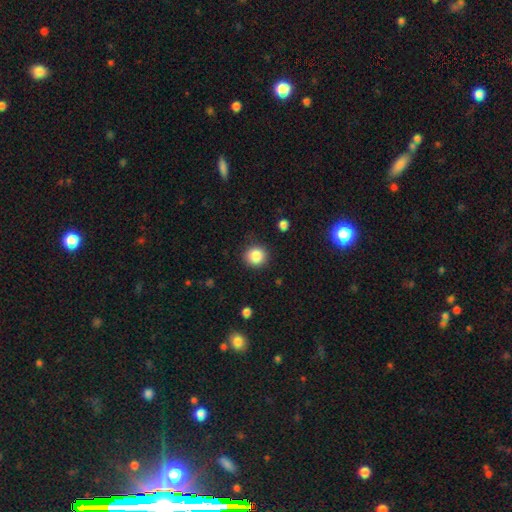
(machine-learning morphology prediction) This is clearly a smooth galaxy (86%). How rounded: clearly round (91%). Merging: clearly none (88%).